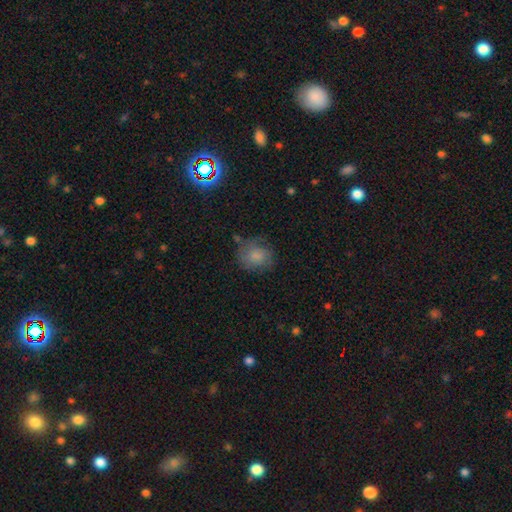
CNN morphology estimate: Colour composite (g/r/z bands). It shows a smooth galaxy with no disk features (76%) that is round (71%). Merging: none (63%).